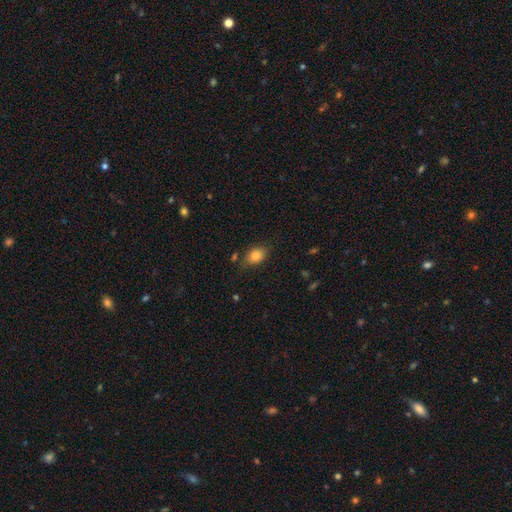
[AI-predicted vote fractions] Smooth or featured? Predicted: smooth (p=0.82). How rounded? Predicted: in between (p=0.74). Merging? Predicted: none (p=0.75).